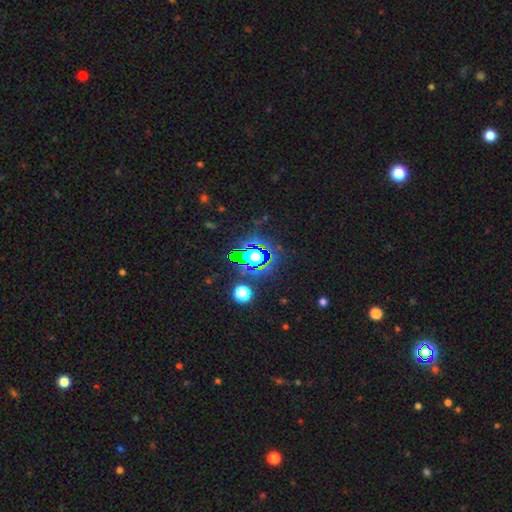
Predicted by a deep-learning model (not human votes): A star or artifact, not a galaxy (66%).